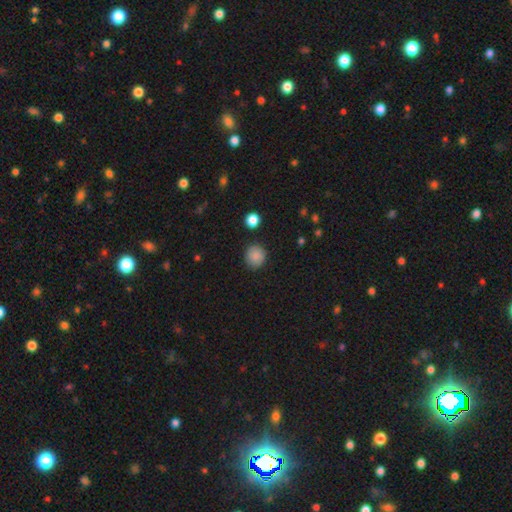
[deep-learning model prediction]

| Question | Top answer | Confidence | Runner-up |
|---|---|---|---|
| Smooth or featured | smooth | 87% | star or artifact (9%) |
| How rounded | round | 88% | in between (11%) |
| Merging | none | 87% | minor disturbance (9%) |